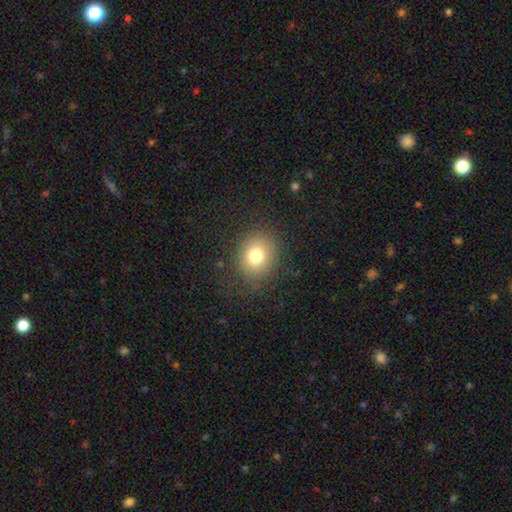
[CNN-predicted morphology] smooth-or-featured: smooth: 77% | star or artifact: 13% | featured or disk: 11%
  how-rounded: round: 66% | in between: 33% | cigar-shaped: 1%
  merging: none: 83% | minor disturbance: 11% | major disturbance: 6% | merger: 1%